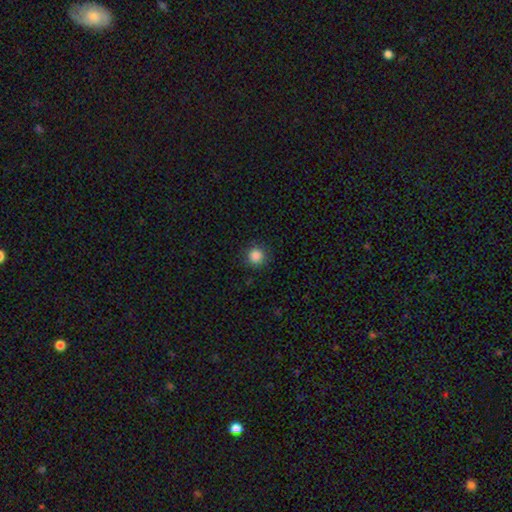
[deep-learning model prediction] Morphology: type=smooth (86%); roundness=round (95%); merging=none (90%).